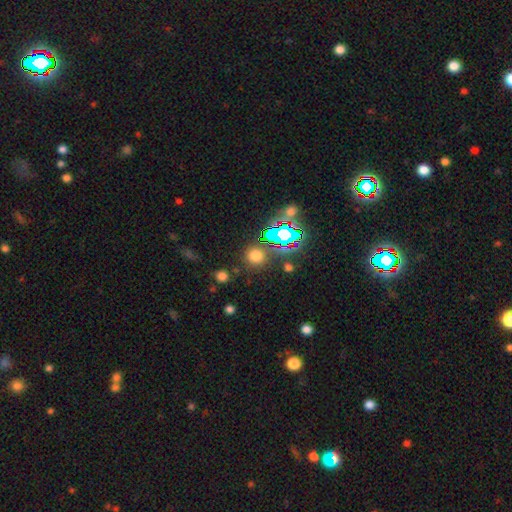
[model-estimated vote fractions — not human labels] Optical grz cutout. It shows a smooth galaxy with no disk features (64%) that is round (88%). Merging: none (82%).